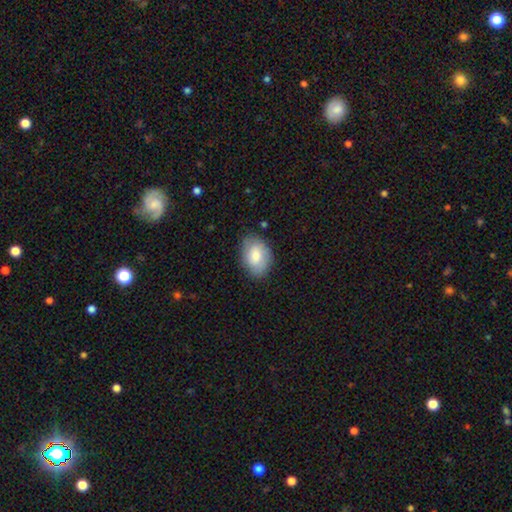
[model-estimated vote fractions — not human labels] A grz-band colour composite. It shows a smooth galaxy with no disk features (74%) that is in between round and cigar-shaped (83%). Merging: none (78%).